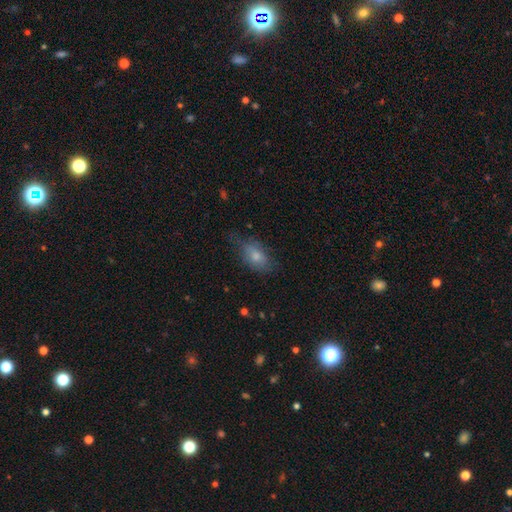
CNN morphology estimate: smooth_or_featured: smooth (p=0.76) [alt: featured or disk p=0.16]
how_rounded: in between (p=0.89) [alt: round p=0.08]
merging: none (p=0.56) [alt: minor disturbance p=0.30]